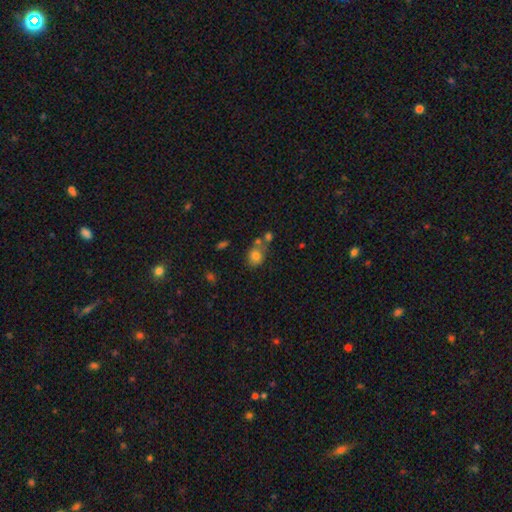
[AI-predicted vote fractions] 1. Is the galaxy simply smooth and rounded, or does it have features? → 78% smooth, 11% star or artifact, 11% featured or disk.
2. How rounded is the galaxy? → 55% in between, 44% round, 1% cigar-shaped.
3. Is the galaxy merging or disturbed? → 47% none, 29% merger, 17% minor disturbance, 7% major disturbance.